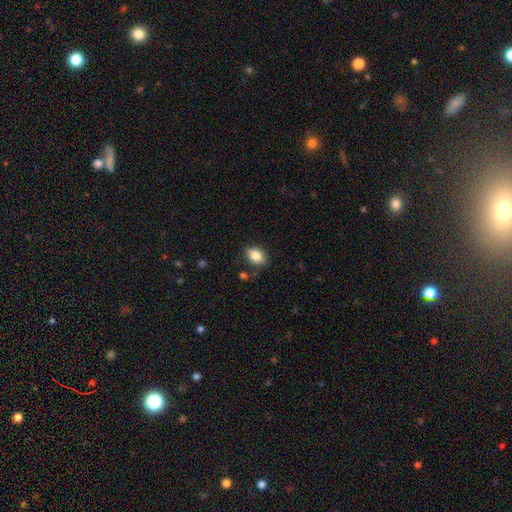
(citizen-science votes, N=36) Smooth or featured? 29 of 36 (81%) said smooth. How rounded? 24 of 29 (83%) said in between. Merging? 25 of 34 (74%) said none.